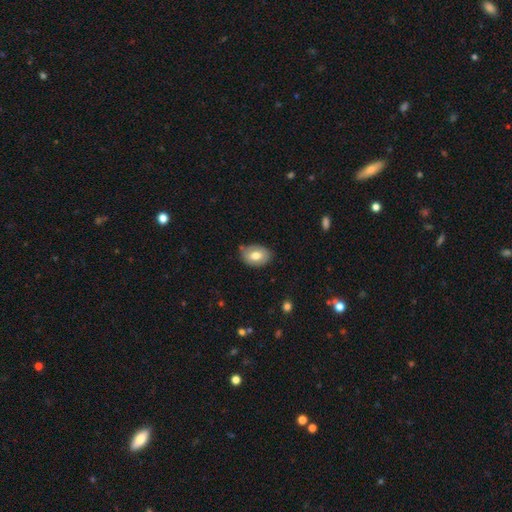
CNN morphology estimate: A smooth galaxy with no disk features (70%) that is in between round and cigar-shaped (79%).

Vote fractions:
- Smooth or featured? smooth: 70% / featured or disk: 23% / star or artifact: 7%
- How rounded? in between: 79% / round: 20% / cigar-shaped: 1%
- Merging? none: 74% / minor disturbance: 20% / major disturbance: 3% / merger: 2%